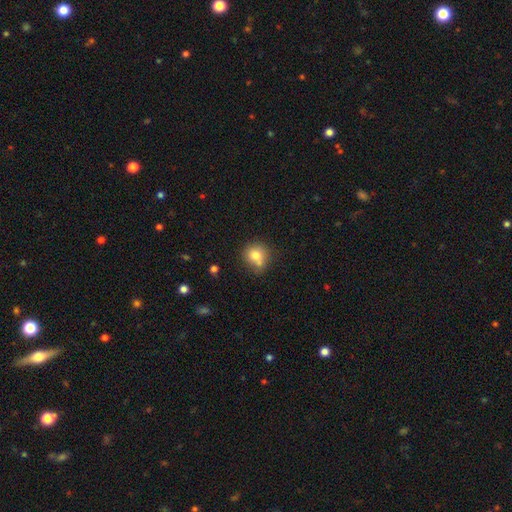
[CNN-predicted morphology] Smooth or featured? smooth (77%)
How rounded? round (83%)
Merging? none (56%)